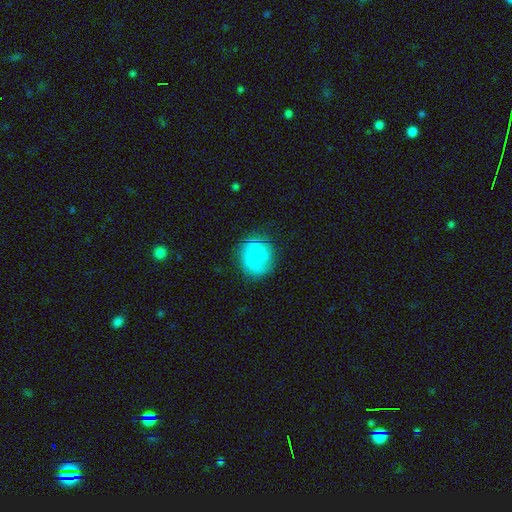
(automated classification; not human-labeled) Smooth or featured?
  - smooth: 48% *
  - featured or disk: 46%
  - star or artifact: 7%
Merging?
  - none: 77% *
  - minor disturbance: 16%
  - major disturbance: 5%
  - merger: 1%